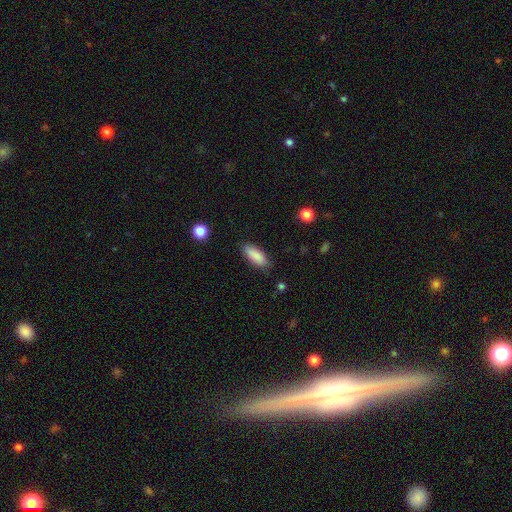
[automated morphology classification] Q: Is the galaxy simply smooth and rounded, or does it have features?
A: smooth — 88%.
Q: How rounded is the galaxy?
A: in between — 77%.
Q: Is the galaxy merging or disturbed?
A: none — 84%.